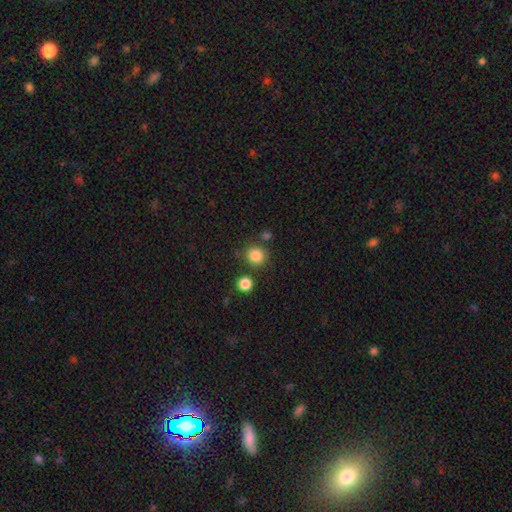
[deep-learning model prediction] smooth_or_featured: smooth (p=0.84) [alt: star or artifact p=0.12]
how_rounded: round (p=0.91) [alt: in between p=0.08]
merging: none (p=0.81) [alt: minor disturbance p=0.08]